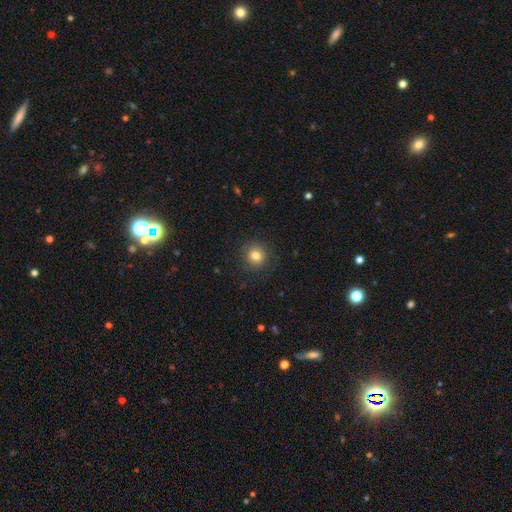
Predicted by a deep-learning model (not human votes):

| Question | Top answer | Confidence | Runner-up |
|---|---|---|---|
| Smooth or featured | smooth | 80% | star or artifact (12%) |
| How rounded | round | 93% | in between (6%) |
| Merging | none | 89% | minor disturbance (7%) |